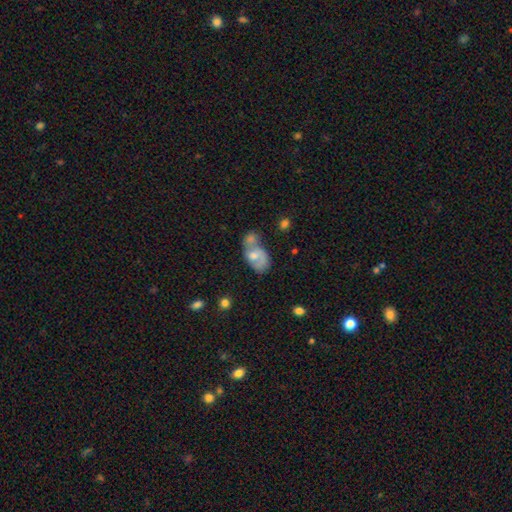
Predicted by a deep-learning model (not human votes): smooth_or_featured: smooth (p=0.52) [alt: featured or disk p=0.39]
how_rounded: in between (p=0.83) [alt: round p=0.15]
merging: merger (p=0.52) [alt: none p=0.21]